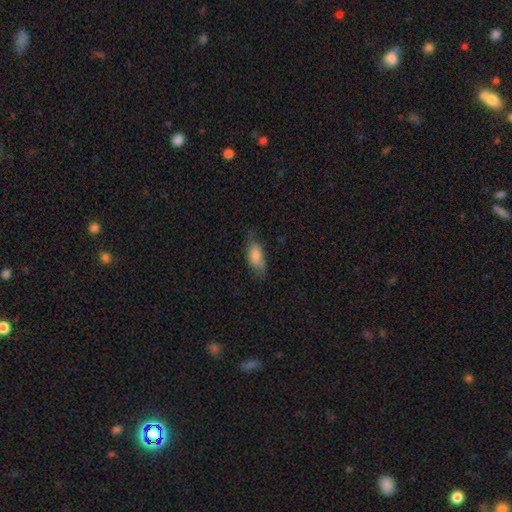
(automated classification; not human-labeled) Q: Smooth or featured?
A: smooth (80%); runner-up: featured or disk (13%)
Q: How rounded?
A: in between (83%); runner-up: cigar-shaped (13%)
Q: Merging?
A: none (55%); runner-up: minor disturbance (32%)